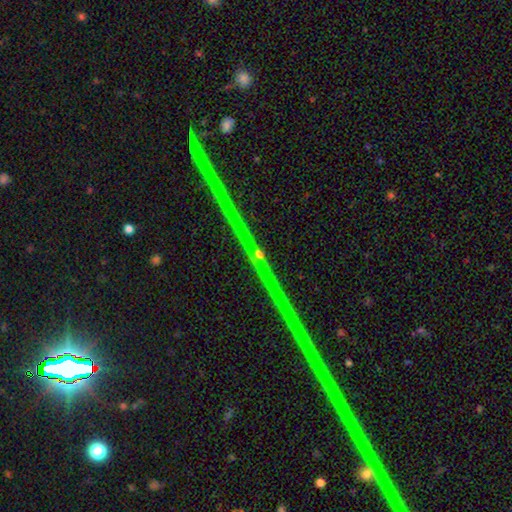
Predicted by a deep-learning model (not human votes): A star or artifact, not a galaxy (85%).

Vote fractions:
- Smooth or featured? star or artifact: 85% / featured or disk: 10% / smooth: 5%